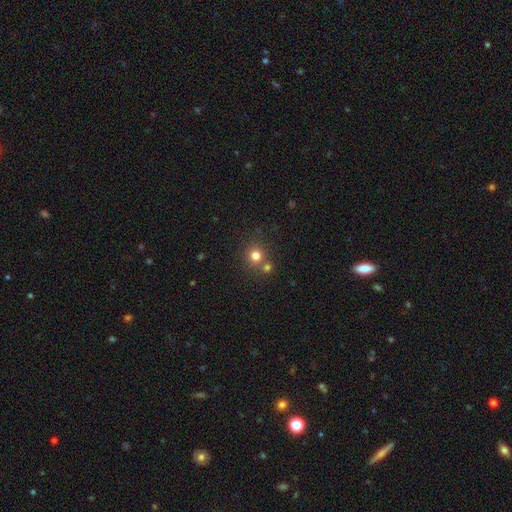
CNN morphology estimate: This is likely a smooth galaxy (77%). How rounded: clearly round (91%). Merging: likely none (65%).